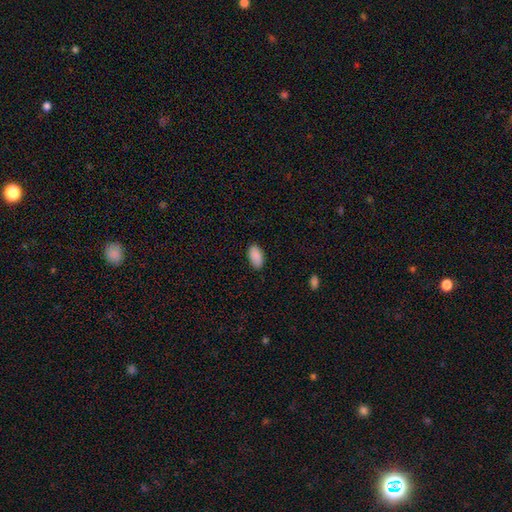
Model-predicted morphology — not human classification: The model was most divided on "merging": none: 85%, minor disturbance: 11%, major disturbance: 2%, merger: 1%. More confident: how rounded — in between (95%); smooth or featured — smooth (90%).